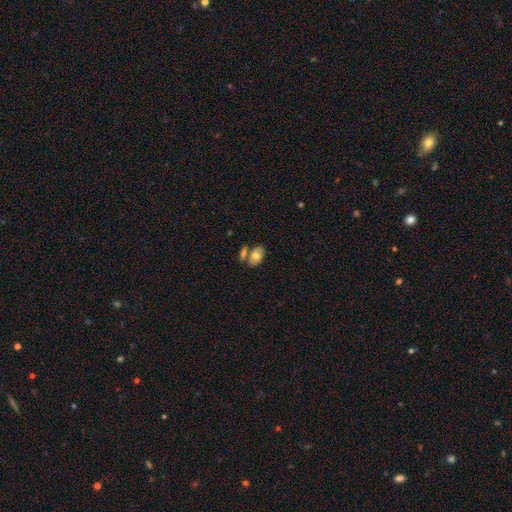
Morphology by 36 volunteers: smooth-or-featured: smooth: 86% | featured or disk: 11% | star or artifact: 3%
  how-rounded: in between: 87% | round: 6% | cigar-shaped: 6%
  merging: none: 49% (tied) | merger: 49% (tied) | minor disturbance: 3% | major disturbance: 0%